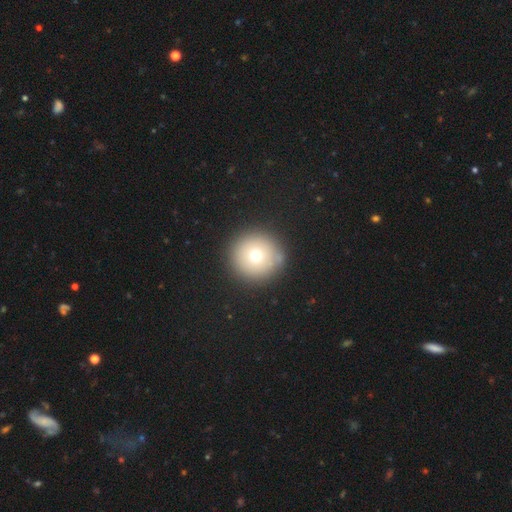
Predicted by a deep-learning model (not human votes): Morphology: type=smooth (69%); roundness=round (96%); merging=none (89%).